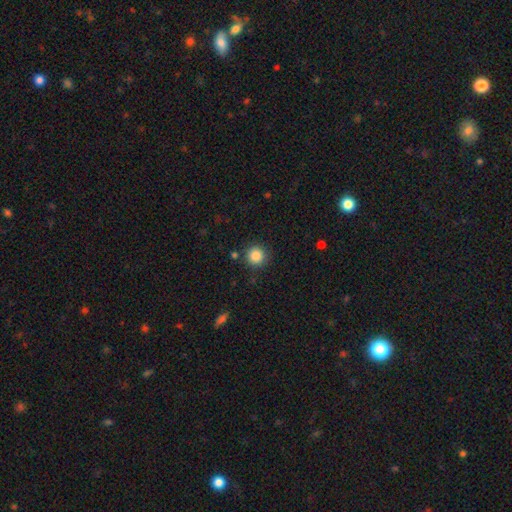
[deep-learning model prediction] smooth 86%, star or artifact 10%, featured or disk 4%. Down the decision tree: how rounded — round (94%); merging — none (87%).